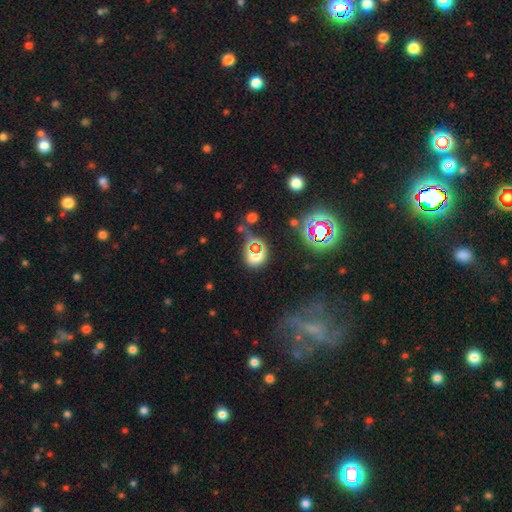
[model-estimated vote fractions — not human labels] Q: Smooth or featured?
A: smooth (45%); runner-up: star or artifact (44%)
Q: Merging?
A: none (59%); runner-up: minor disturbance (16%)